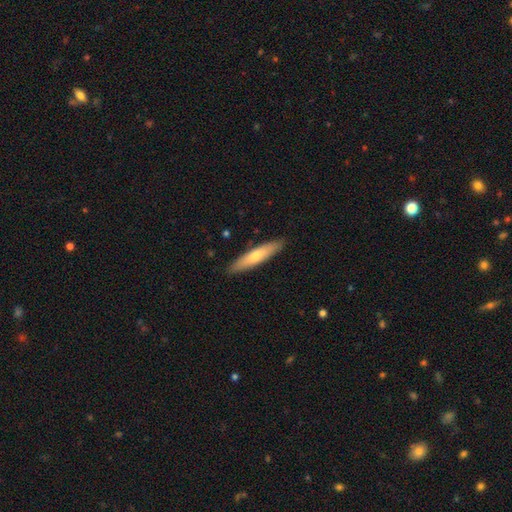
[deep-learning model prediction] Smooth or featured? smooth (65%)
How rounded? cigar-shaped (85%)
Merging? none (90%)